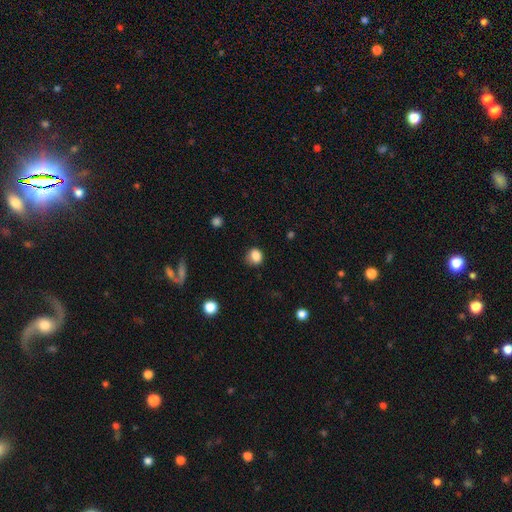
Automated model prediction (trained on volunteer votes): smooth 85%, star or artifact 10%, featured or disk 5%. Down the decision tree: how rounded — round (73%); merging — none (72%).